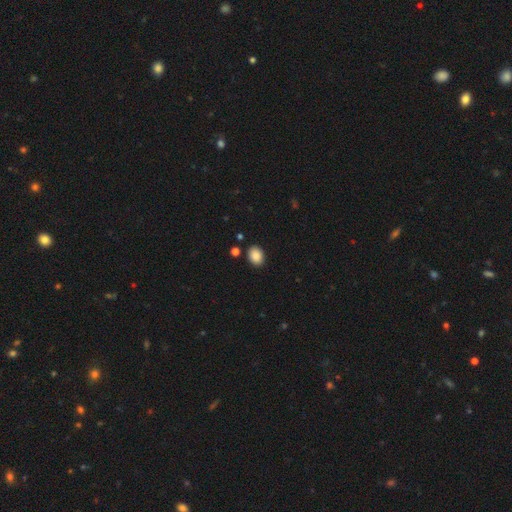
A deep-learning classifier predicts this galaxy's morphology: Smooth or featured? Predicted: smooth (p=0.88). How rounded? Predicted: in between (p=0.70). Merging? Predicted: none (p=0.87).